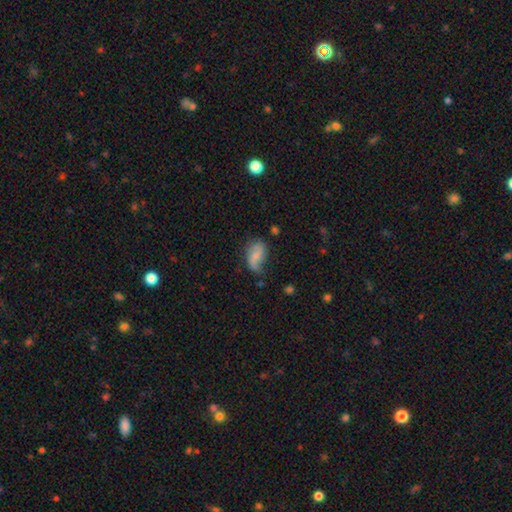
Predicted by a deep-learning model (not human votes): A featured or disk galaxy (52%). Merging: none (54%).